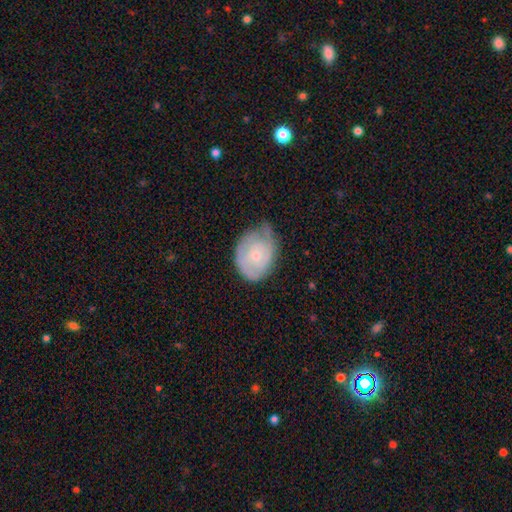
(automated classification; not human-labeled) smooth-or-featured: featured or disk: 51% | smooth: 42% | star or artifact: 6%
  disk-edge-on: no: 96% | yes: 4%
  merging: minor disturbance: 43% | none: 42% | major disturbance: 14% | merger: 2%